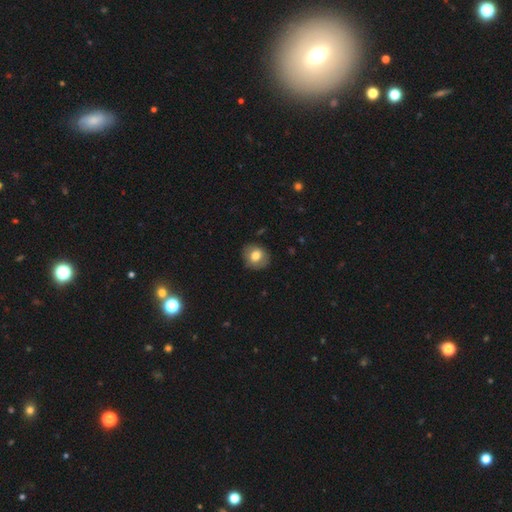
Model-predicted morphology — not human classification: Smooth or featured?
  - smooth: 72% *
  - featured or disk: 20%
  - star or artifact: 8%
How rounded?
  - round: 74% *
  - in between: 25%
  - cigar-shaped: 1%
Merging?
  - none: 82% *
  - minor disturbance: 13%
  - major disturbance: 3%
  - merger: 1%